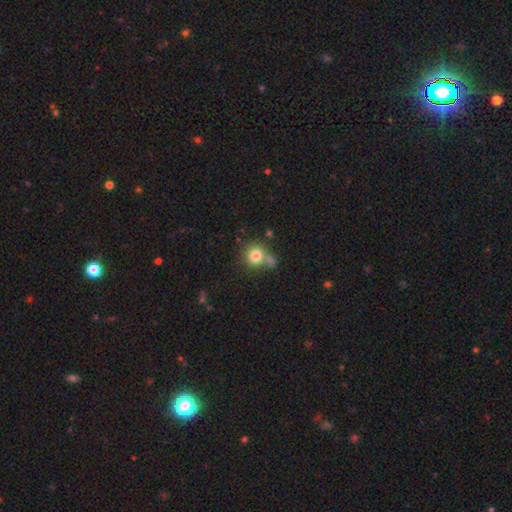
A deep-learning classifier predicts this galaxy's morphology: type=smooth (81%); roundness=round (87%); merging=none (56%).